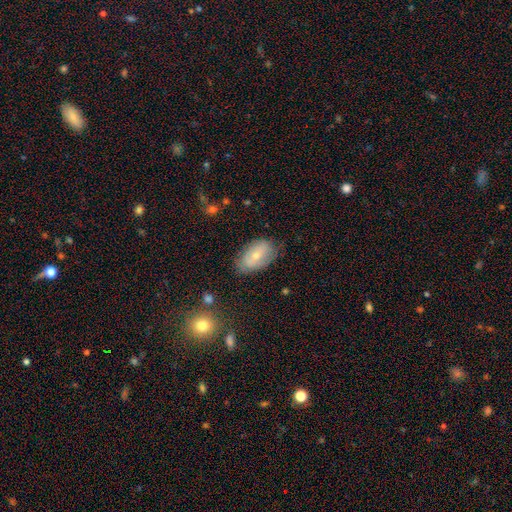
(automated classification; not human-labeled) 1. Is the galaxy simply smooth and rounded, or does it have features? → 56% smooth, 36% featured or disk, 8% star or artifact.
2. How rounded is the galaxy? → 91% in between, 7% round, 2% cigar-shaped.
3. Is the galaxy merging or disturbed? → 69% none, 23% minor disturbance, 6% major disturbance, 2% merger.